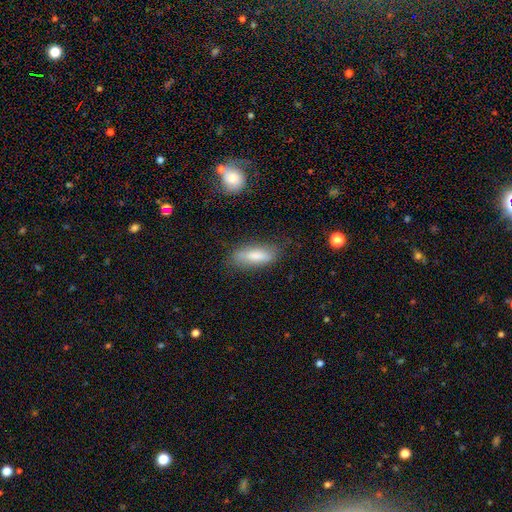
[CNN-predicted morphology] The model was most divided on "how rounded": in between: 59%, cigar-shaped: 39%, round: 2%. More confident: smooth or featured — smooth (77%); merging — none (71%).